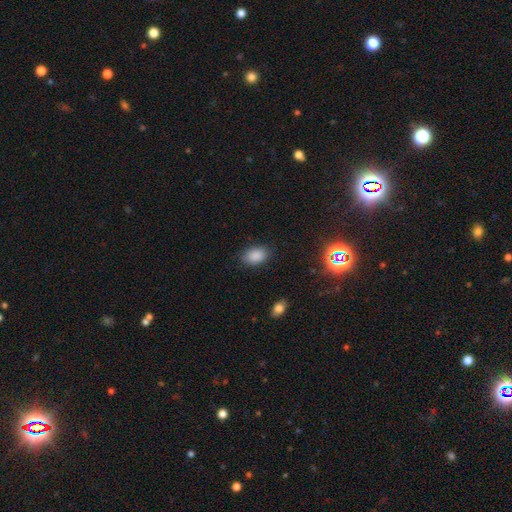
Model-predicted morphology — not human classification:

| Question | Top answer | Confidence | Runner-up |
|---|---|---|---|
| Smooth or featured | smooth | 87% | star or artifact (10%) |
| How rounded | in between | 85% | round (14%) |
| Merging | none | 82% | minor disturbance (13%) |